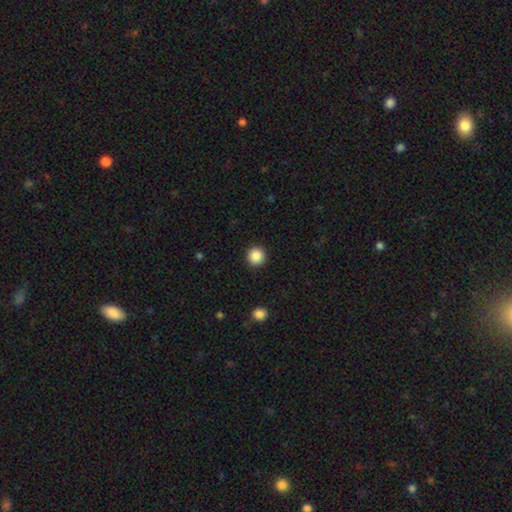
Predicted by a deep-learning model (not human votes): Smooth or featured? Predicted: smooth (p=0.87). How rounded? Predicted: round (p=0.95). Merging? Predicted: none (p=0.92).